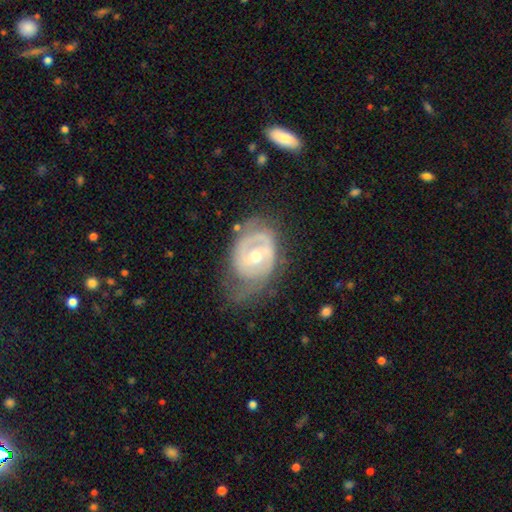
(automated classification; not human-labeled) Smooth or featured? Predicted: featured or disk (p=0.79). Edge-on disk? Predicted: no (p=0.96). Bar? Predicted: weak (p=0.45). Spiral arms? Predicted: yes (p=0.78). Spiral winding? Predicted: tight (p=0.52). Spiral arm count? Predicted: 2 (p=0.51). Bulge size? Predicted: moderate (p=0.64). Merging? Predicted: none (p=0.49).